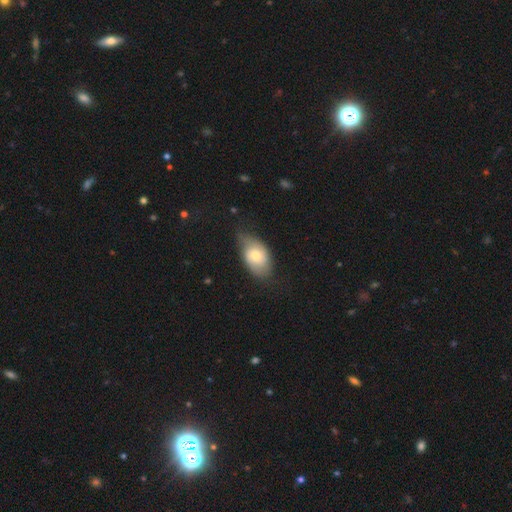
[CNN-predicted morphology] This is likely a smooth galaxy (62%). How rounded: clearly in between (88%). Merging: possibly none (55%).